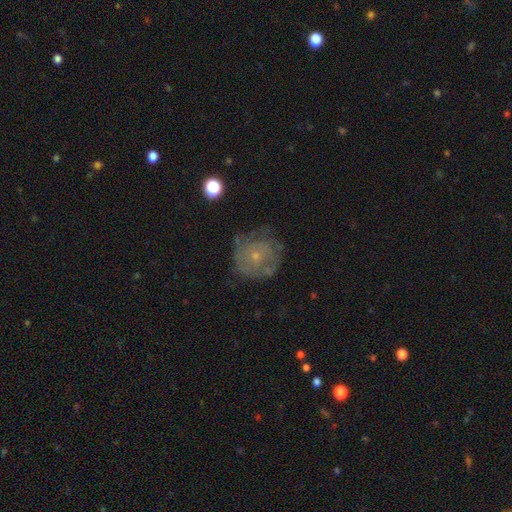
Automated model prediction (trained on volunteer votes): Smooth or featured? featured or disk (55%)
Edge-on disk? no (97%)
Bar? no (87%)
Spiral arms? yes (59%)
Bulge size? small (77%)
Merging? none (60%)